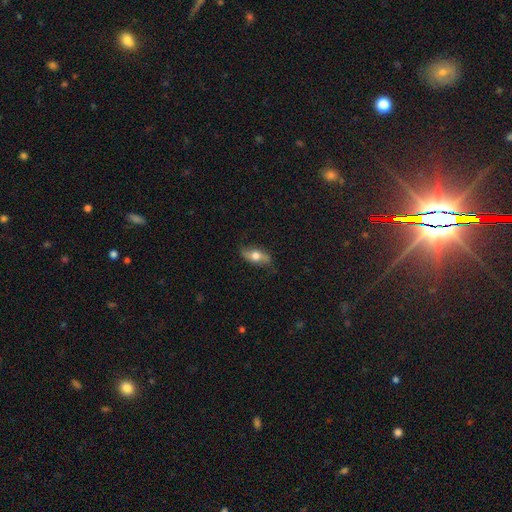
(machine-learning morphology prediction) A smooth galaxy with no disk features (48%). Merging: none (76%).